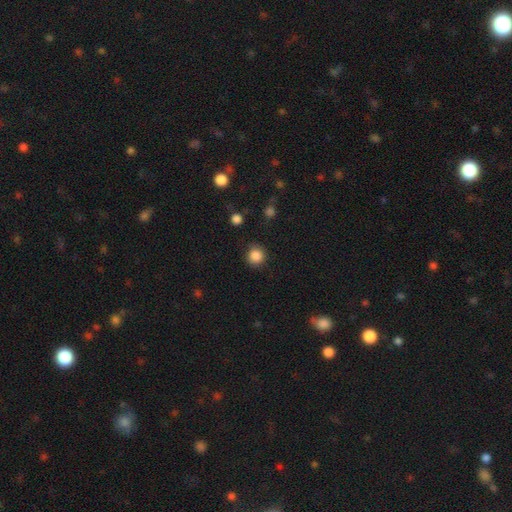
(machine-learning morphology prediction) This appears to be a smooth galaxy with no disk features (86%) that is round (91%). Merging: none (85%).